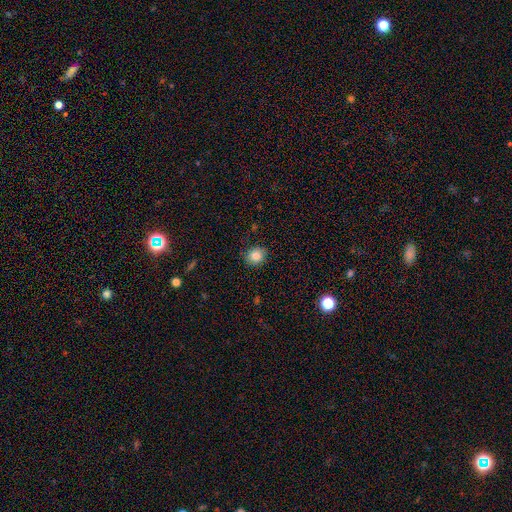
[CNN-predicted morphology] A smooth galaxy with no disk features (83%) that is round (80%).

Vote fractions:
- Smooth or featured? smooth: 83% / star or artifact: 10% / featured or disk: 6%
- How rounded? round: 80% / in between: 20% / cigar-shaped: 1%
- Merging? none: 90% / minor disturbance: 7% / major disturbance: 2% / merger: 1%